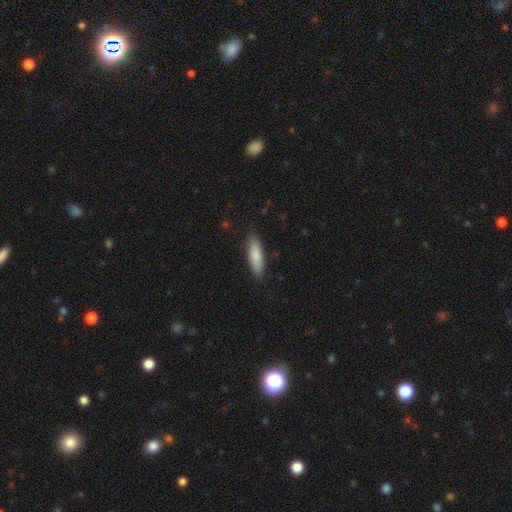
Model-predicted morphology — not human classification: A smooth galaxy with no disk features (85%) that is cigar-shaped (59%).

Vote fractions:
- Smooth or featured? smooth: 85% / featured or disk: 10% / star or artifact: 6%
- How rounded? cigar-shaped: 59% / in between: 39% / round: 2%
- Merging? none: 88% / minor disturbance: 9% / major disturbance: 2% / merger: 1%